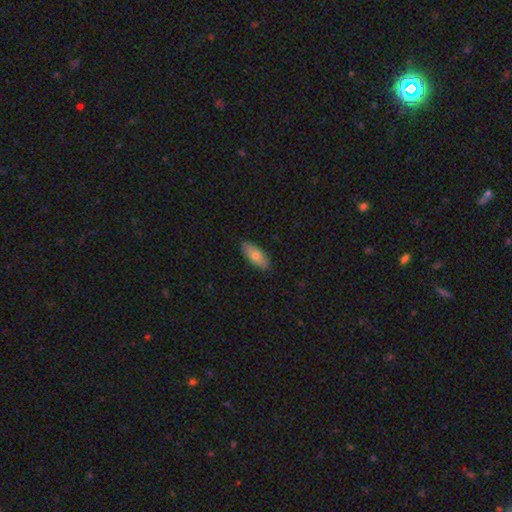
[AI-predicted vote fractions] This is likely a smooth galaxy (73%). How rounded: likely in between (79%). Merging: clearly none (89%).